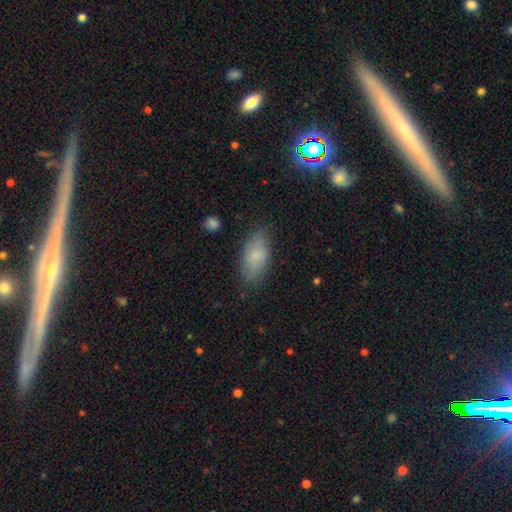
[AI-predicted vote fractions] smooth_or_featured: smooth (p=0.80) [alt: featured or disk p=0.12]
how_rounded: in between (p=0.89) [alt: cigar-shaped p=0.08]
merging: none (p=0.80) [alt: minor disturbance p=0.15]